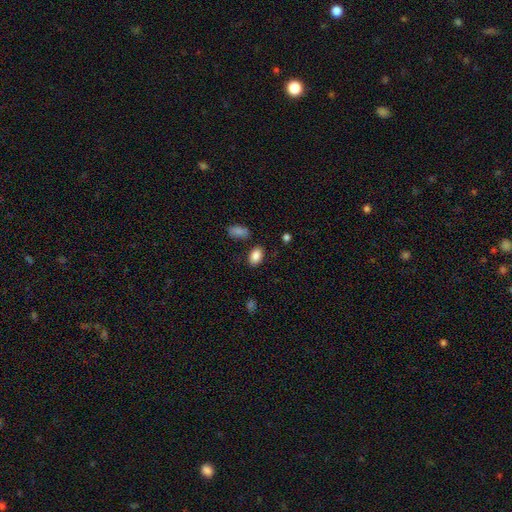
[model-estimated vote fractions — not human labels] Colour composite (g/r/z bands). It shows a smooth galaxy with no disk features (87%) that is in between round and cigar-shaped (90%). Merging: none (83%).